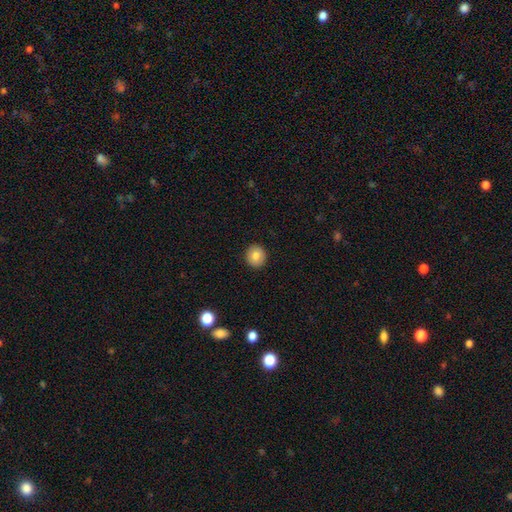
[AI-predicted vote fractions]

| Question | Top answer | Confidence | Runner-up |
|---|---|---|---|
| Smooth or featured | smooth | 82% | featured or disk (10%) |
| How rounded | round | 89% | in between (10%) |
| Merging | none | 92% | minor disturbance (5%) |